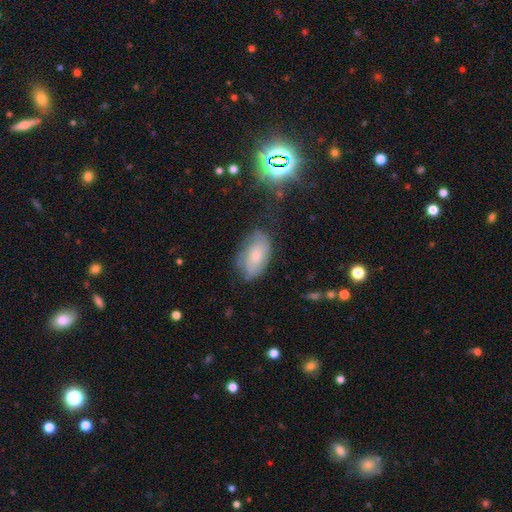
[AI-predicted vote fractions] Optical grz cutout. It shows a smooth galaxy with no disk features (56%) that is in between round and cigar-shaped (92%). Merging: none (61%).